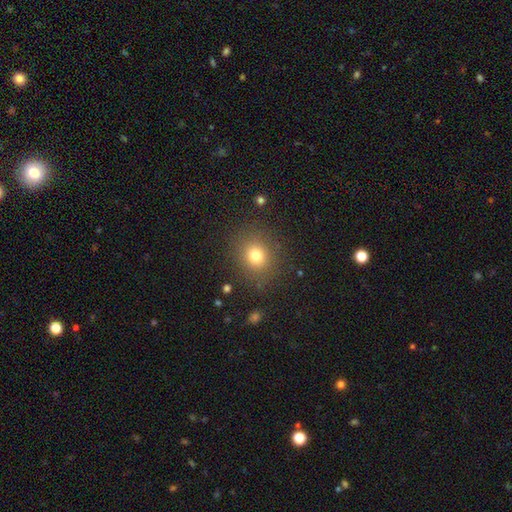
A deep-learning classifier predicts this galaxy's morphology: smooth_or_featured: smooth (p=0.76) [alt: star or artifact p=0.15]
how_rounded: round (p=0.80) [alt: in between p=0.19]
merging: none (p=0.85) [alt: minor disturbance p=0.09]